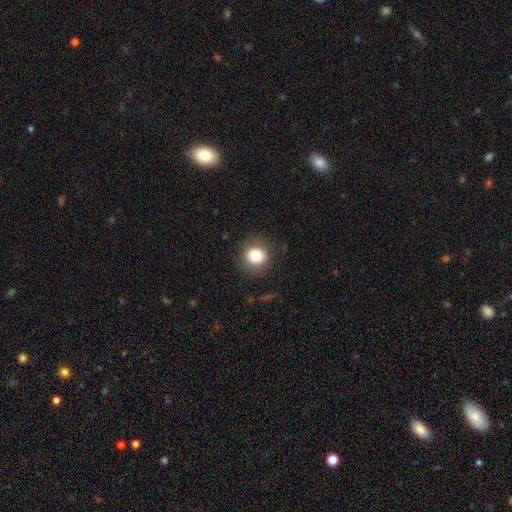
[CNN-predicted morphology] smooth_or_featured: smooth (p=0.82) [alt: star or artifact p=0.11]
how_rounded: round (p=0.89) [alt: in between p=0.10]
merging: none (p=0.84) [alt: minor disturbance p=0.10]